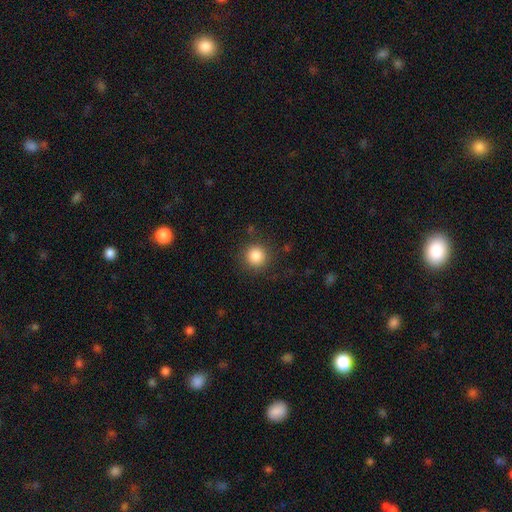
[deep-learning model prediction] A smooth galaxy with no disk features (85%) that is round (94%). Merging: none (88%).